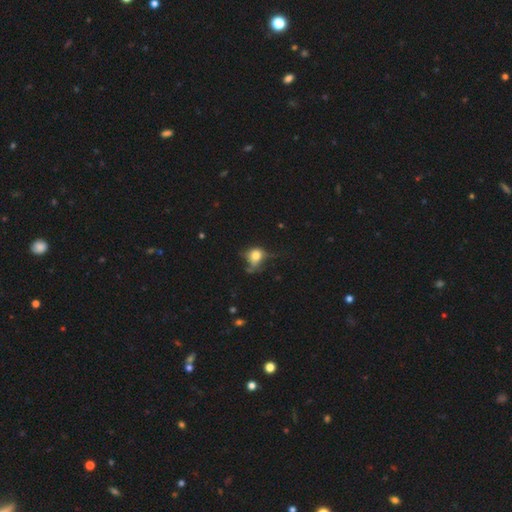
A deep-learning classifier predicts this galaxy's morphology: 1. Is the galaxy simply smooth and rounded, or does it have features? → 68% smooth, 19% featured or disk, 13% star or artifact.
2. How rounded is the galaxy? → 60% round, 38% in between, 2% cigar-shaped.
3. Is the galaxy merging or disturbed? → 38% none, 30% minor disturbance, 26% major disturbance, 6% merger.